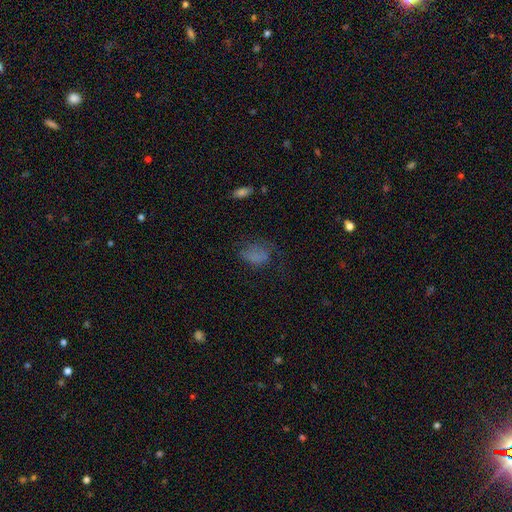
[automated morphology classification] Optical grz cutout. It shows a smooth galaxy with no disk features (64%) that is in between round and cigar-shaped (77%). Merging: none (40%).